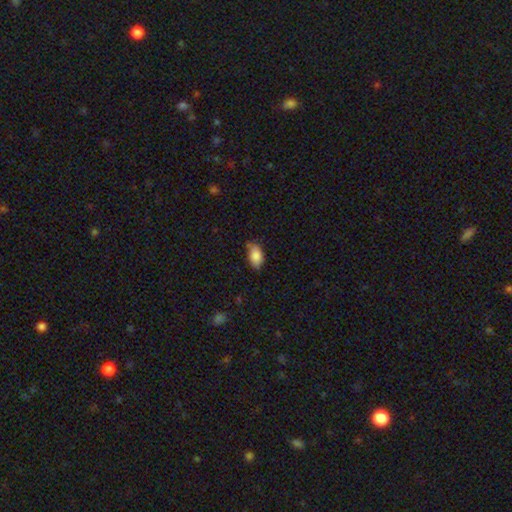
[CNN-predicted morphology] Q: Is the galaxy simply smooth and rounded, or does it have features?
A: smooth — 86%.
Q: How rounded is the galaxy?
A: in between — 92%.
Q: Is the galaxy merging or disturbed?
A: none — 65%.